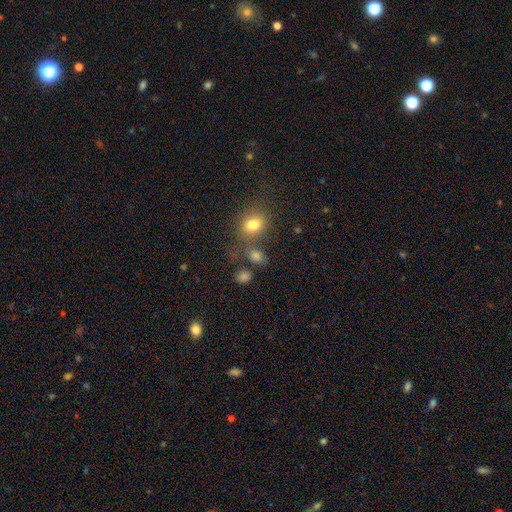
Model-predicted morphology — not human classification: The model was most divided on "how rounded": in between: 58%, round: 40%, cigar-shaped: 2%. More confident: smooth or featured — smooth (75%); merging — none (61%).